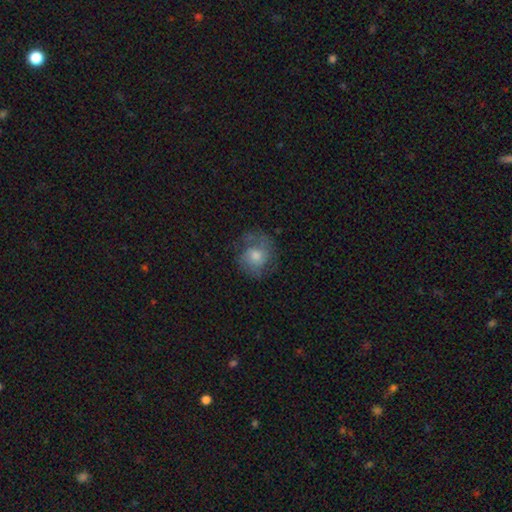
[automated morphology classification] type=featured or disk (50%); merging=none (65%).